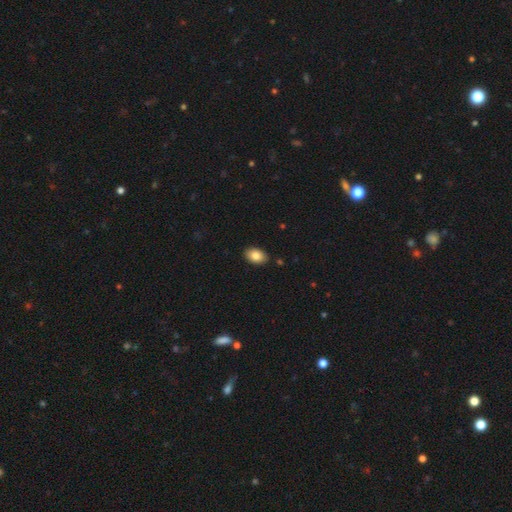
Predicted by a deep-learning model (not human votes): smooth_or_featured: smooth (p=0.85) [alt: featured or disk p=0.08]
how_rounded: in between (p=0.88) [alt: round p=0.11]
merging: none (p=0.89) [alt: minor disturbance p=0.08]